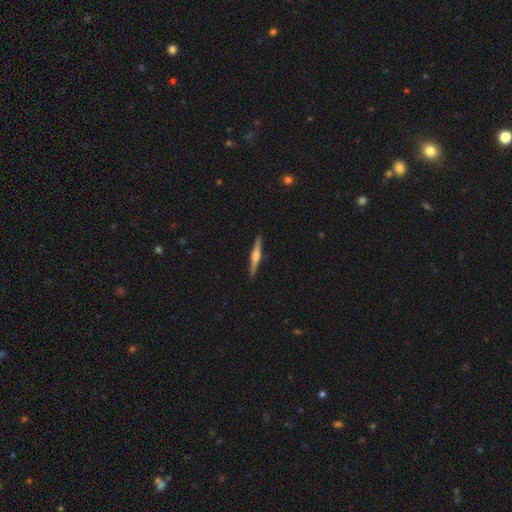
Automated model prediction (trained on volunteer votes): This appears to be a featured or disk galaxy (75%) viewed edge-on (98%) with a rounded central bulge (82%). Merging: none (92%).